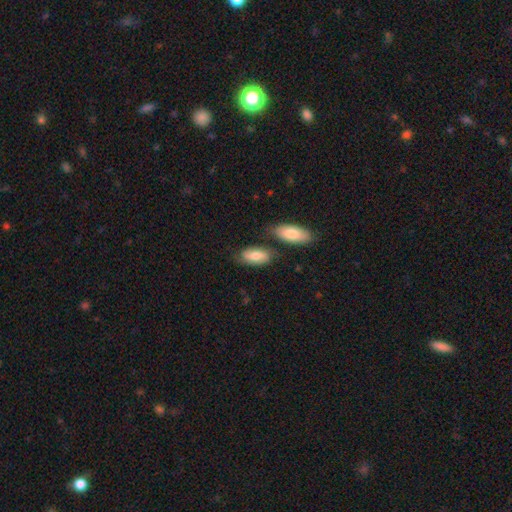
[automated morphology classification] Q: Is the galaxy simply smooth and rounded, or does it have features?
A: smooth — 66%.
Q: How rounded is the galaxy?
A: in between — 89%.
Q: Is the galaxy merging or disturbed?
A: none — 58%.